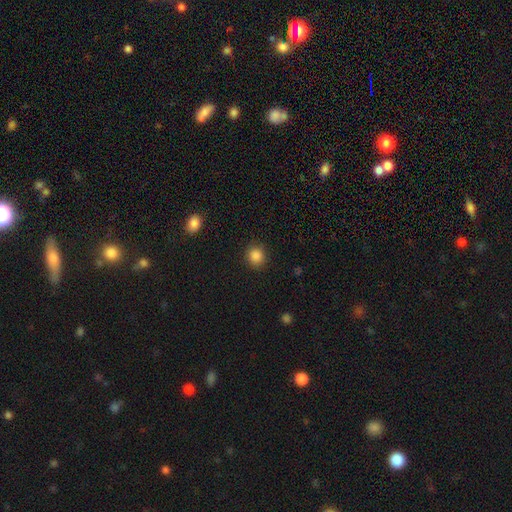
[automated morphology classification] smooth_or_featured: smooth (p=0.86) [alt: star or artifact p=0.10]
how_rounded: round (p=0.88) [alt: in between p=0.11]
merging: none (p=0.90) [alt: minor disturbance p=0.07]